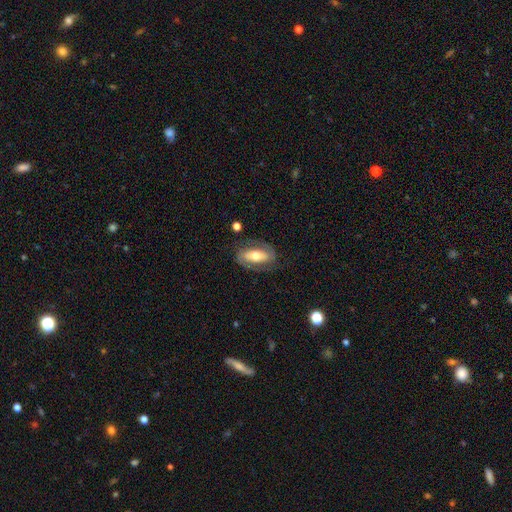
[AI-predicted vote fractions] Overall: featured or disk (63%; smooth 31%). Edge-on disk: no (90%). Bar: strong (38%; no 37%). Spiral arms: yes (71%). Bulge size: moderate (66%). Merging: none (75%).